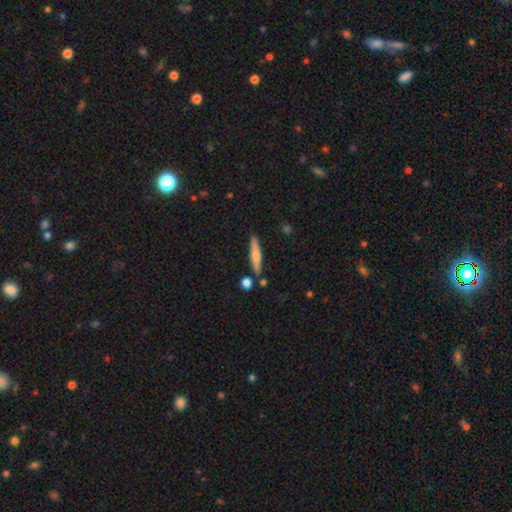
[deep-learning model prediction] This appears to be a smooth galaxy with no disk features (56%) that is cigar-shaped (86%). Merging: none (84%).